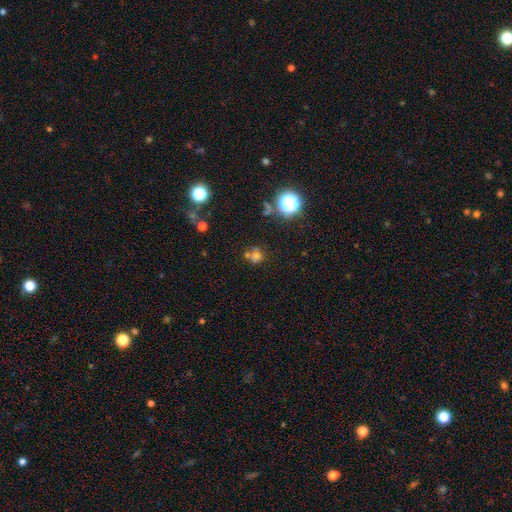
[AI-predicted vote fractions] Smooth or featured: smooth — 56% (star or artifact — 30%)
How rounded: round — 80% (in between — 19%)
Merging: none — 50% (merger — 34%)